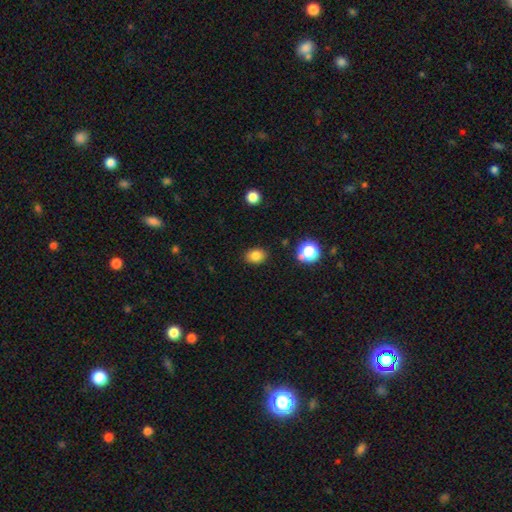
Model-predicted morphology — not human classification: This is clearly a smooth galaxy (82%). How rounded: likely in between (63%). Merging: clearly none (87%).